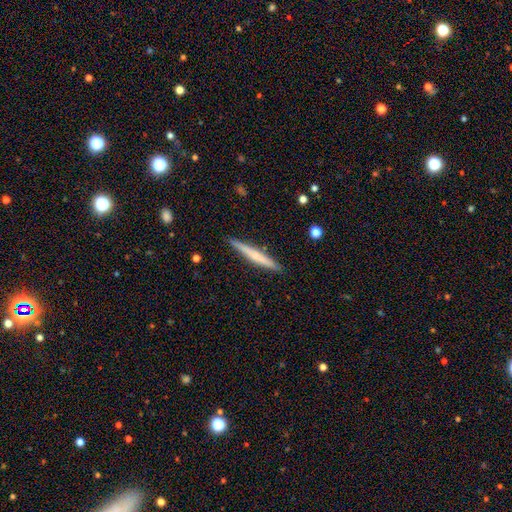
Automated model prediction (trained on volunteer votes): Smooth or featured? Predicted: smooth (p=0.52). How rounded? Predicted: cigar-shaped (p=0.96). Merging? Predicted: none (p=0.90).